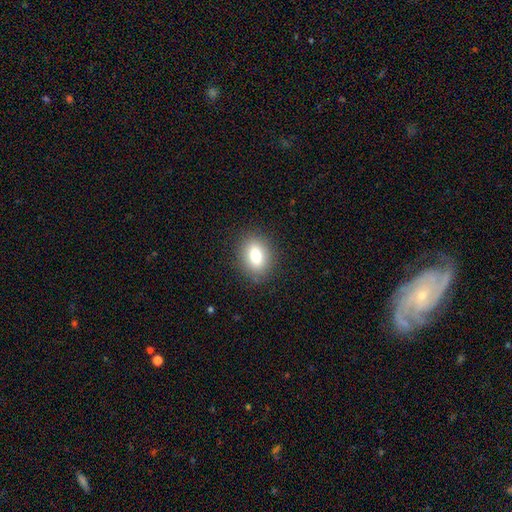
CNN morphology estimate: Overall: smooth (77%). How rounded: in between (65%; round 33%). Merging: none (87%).